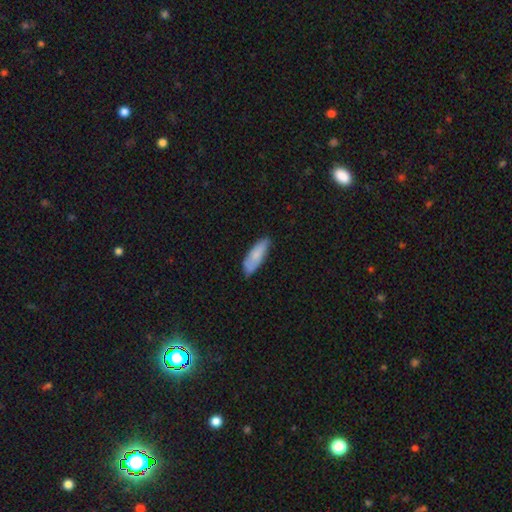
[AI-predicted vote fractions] The model was most divided on "how rounded": in between: 66%, cigar-shaped: 33%, round: 2%. More confident: smooth or featured — smooth (75%); merging — none (70%).